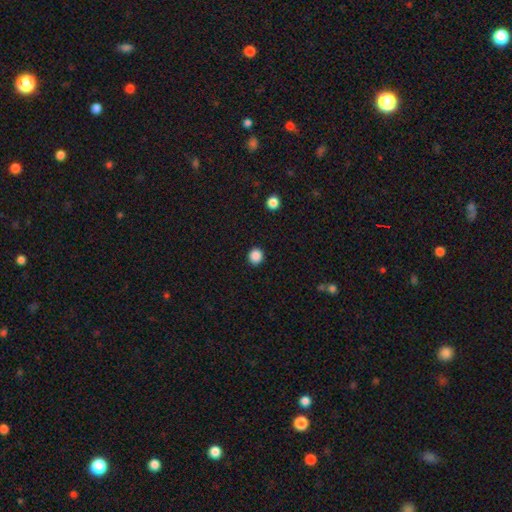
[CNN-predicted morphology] The model was most divided on "smooth or featured": smooth: 88%, star or artifact: 10%, featured or disk: 2%. More confident: merging — none (92%); how rounded — round (89%).